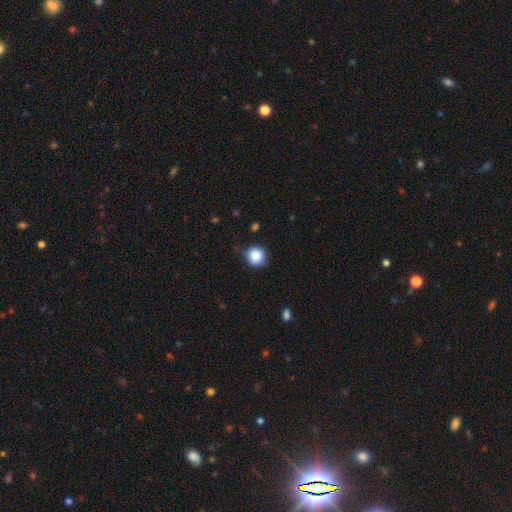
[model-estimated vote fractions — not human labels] Smooth or featured?
  - smooth: 87% *
  - star or artifact: 9%
  - featured or disk: 4%
How rounded?
  - round: 93% *
  - in between: 6%
  - cigar-shaped: 1%
Merging?
  - none: 81% *
  - minor disturbance: 14%
  - major disturbance: 3%
  - merger: 1%